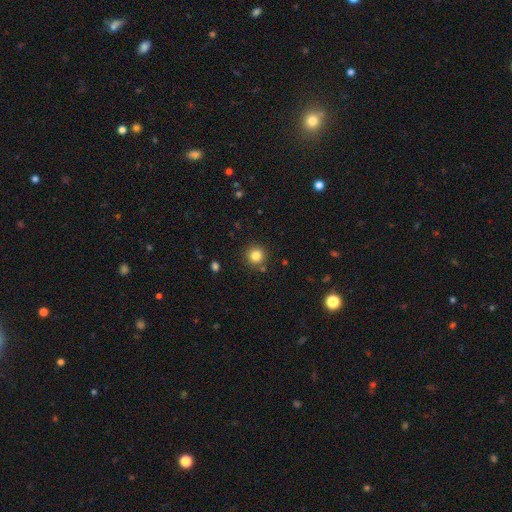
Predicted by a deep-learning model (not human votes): Smooth or featured: smooth — 83% (star or artifact — 12%)
How rounded: round — 93% (in between — 6%)
Merging: none — 87% (minor disturbance — 7%)